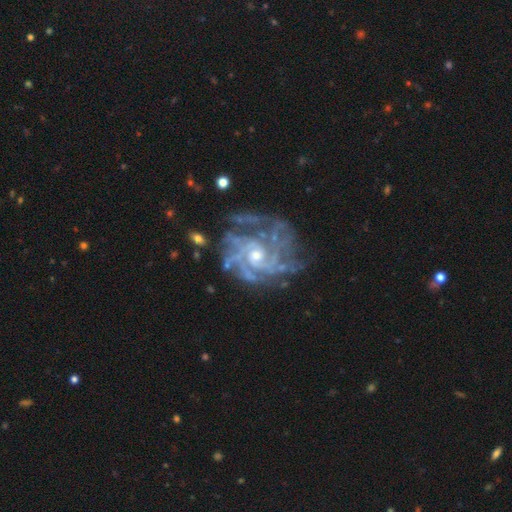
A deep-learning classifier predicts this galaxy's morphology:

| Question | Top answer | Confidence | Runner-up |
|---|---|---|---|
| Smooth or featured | featured or disk | 90% | star or artifact (6%) |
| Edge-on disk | no | 98% | yes (2%) |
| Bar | no | 72% | weak (23%) |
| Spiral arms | yes | 96% | no (4%) |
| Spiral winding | tight | 60% | medium (33%) |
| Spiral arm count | can't tell | 25% | 4 (22%) |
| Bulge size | moderate | 48% | small (47%) |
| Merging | none | 61% | minor disturbance (21%) |